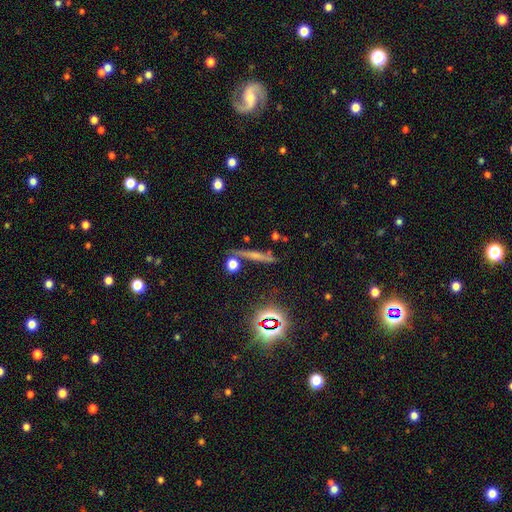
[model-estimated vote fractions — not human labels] A smooth galaxy with no disk features (42%). Merging: none (73%).